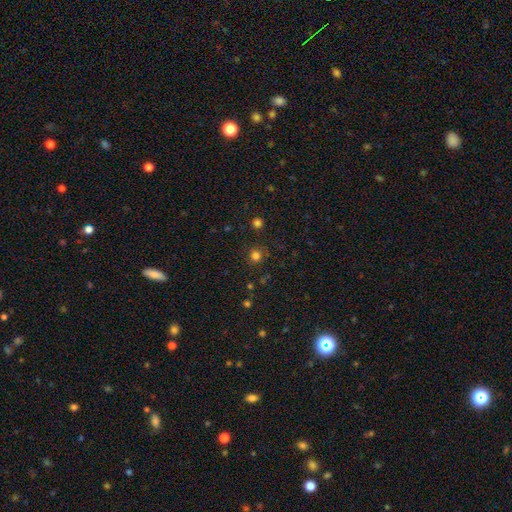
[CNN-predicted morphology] smooth_or_featured: smooth (p=0.77) [alt: star or artifact p=0.19]
how_rounded: round (p=0.90) [alt: in between p=0.09]
merging: none (p=0.85) [alt: minor disturbance p=0.09]